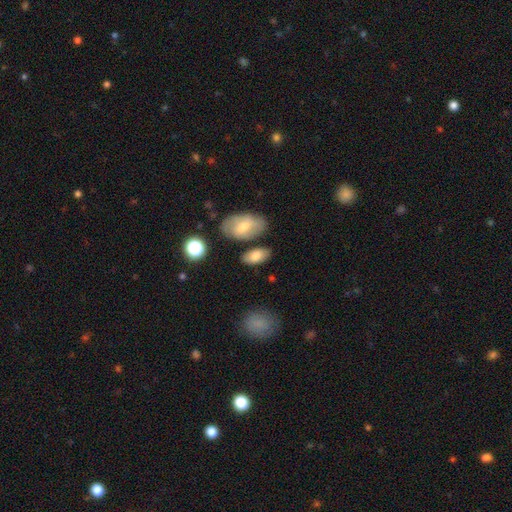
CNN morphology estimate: type=smooth (79%); roundness=in between (91%); merging=none (72%).